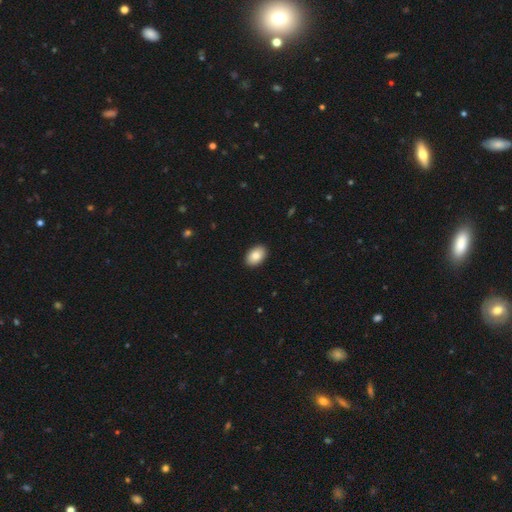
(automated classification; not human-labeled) The model was most divided on "smooth or featured": smooth: 86%, featured or disk: 8%, star or artifact: 7%. More confident: merging — none (91%); how rounded — in between (90%).